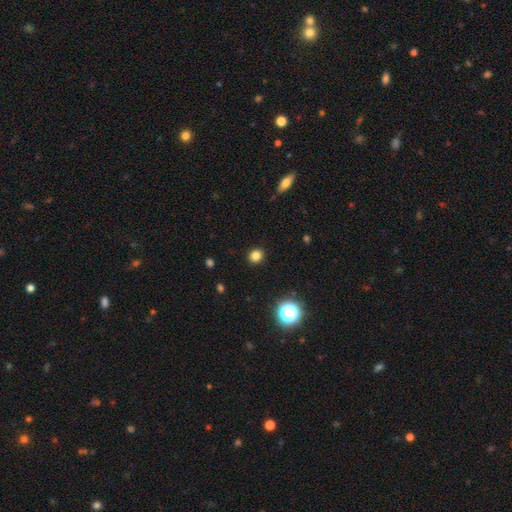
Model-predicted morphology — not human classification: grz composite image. It shows a smooth galaxy with no disk features (82%) that is round (80%). Merging: none (91%).